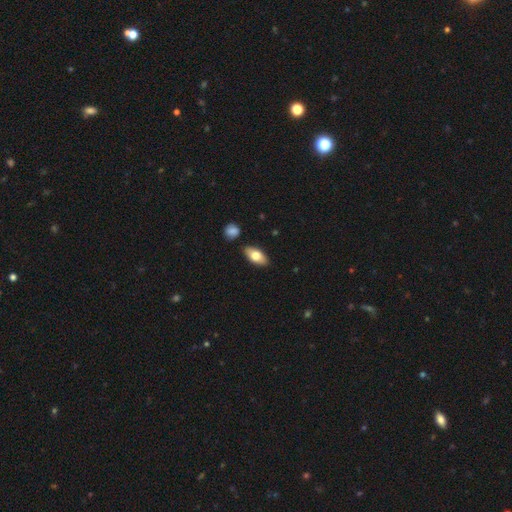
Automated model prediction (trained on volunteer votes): Morphology: type=smooth (74%); roundness=in between (89%); merging=none (86%).